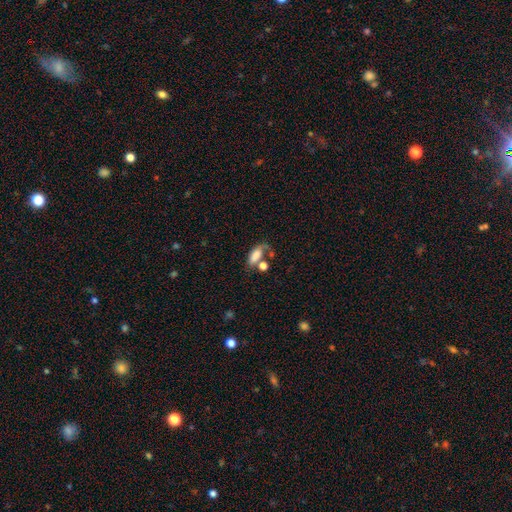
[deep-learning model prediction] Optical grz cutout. It shows a smooth galaxy with no disk features (72%) that is in between round and cigar-shaped (84%). Merging: merger (32%).